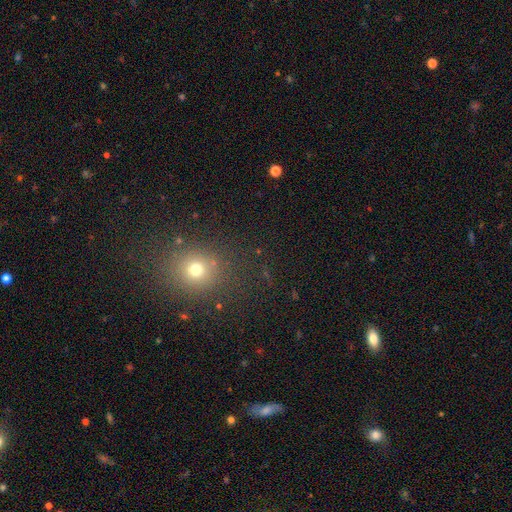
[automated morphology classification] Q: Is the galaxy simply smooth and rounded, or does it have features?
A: smooth — 61%.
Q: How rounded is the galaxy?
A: round — 74%.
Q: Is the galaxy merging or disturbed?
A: none — 86%.